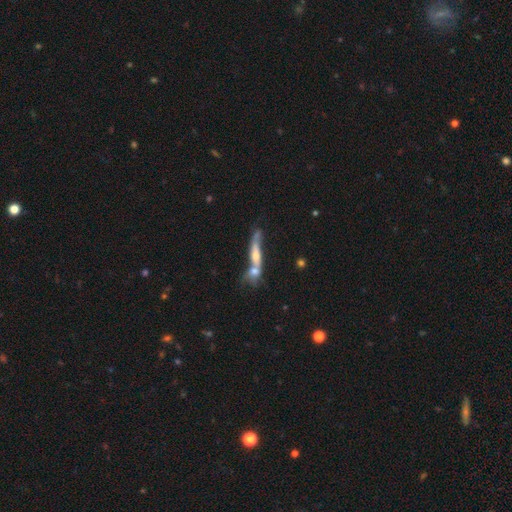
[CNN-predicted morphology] featured or disk 56%, smooth 34%, star or artifact 9%. Down the decision tree: edge-on disk — yes (75%); merging — merger (43%).